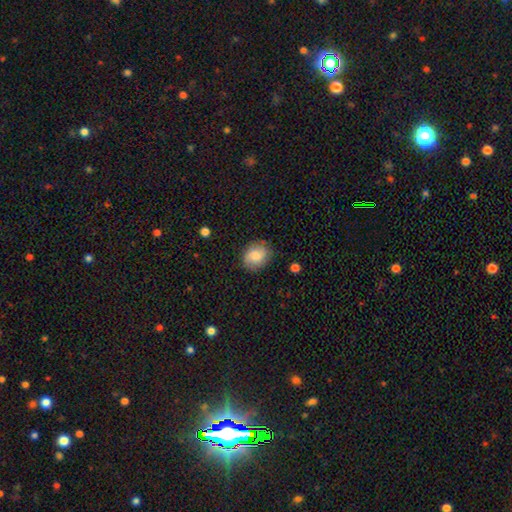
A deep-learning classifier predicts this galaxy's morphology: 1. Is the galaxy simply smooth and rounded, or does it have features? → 79% smooth, 13% featured or disk, 7% star or artifact.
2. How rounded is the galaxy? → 56% round, 43% in between, 1% cigar-shaped.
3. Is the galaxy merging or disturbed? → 78% none, 17% minor disturbance, 4% major disturbance, 1% merger.